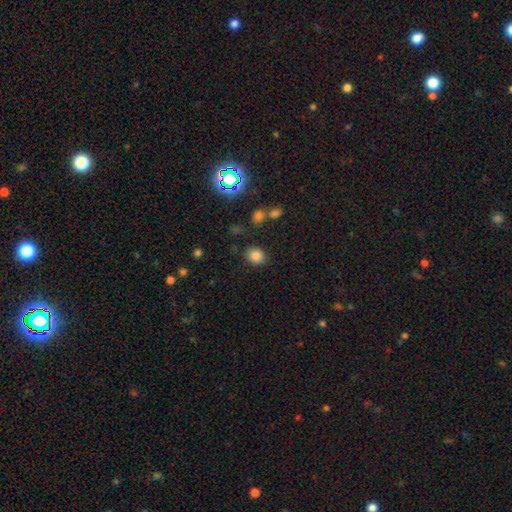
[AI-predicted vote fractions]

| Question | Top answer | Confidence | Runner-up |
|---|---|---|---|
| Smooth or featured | smooth | 80% | star or artifact (14%) |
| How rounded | round | 70% | in between (29%) |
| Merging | none | 84% | minor disturbance (9%) |